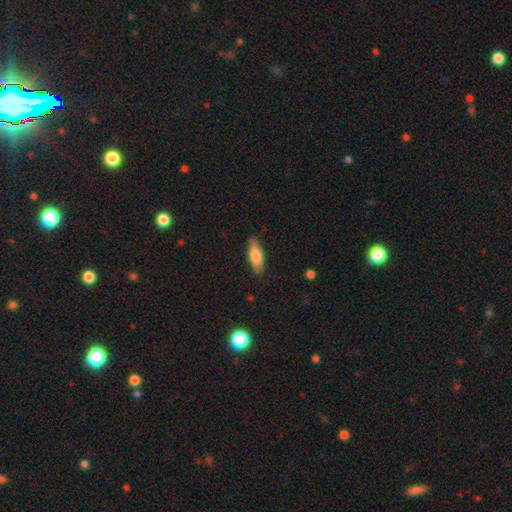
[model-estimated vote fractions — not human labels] A smooth galaxy with no disk features (75%) that is in between round and cigar-shaped (59%).

Vote fractions:
- Smooth or featured? smooth: 75% / featured or disk: 19% / star or artifact: 6%
- How rounded? in between: 59% / cigar-shaped: 39% / round: 2%
- Merging? none: 88% / minor disturbance: 9% / major disturbance: 2% / merger: 1%